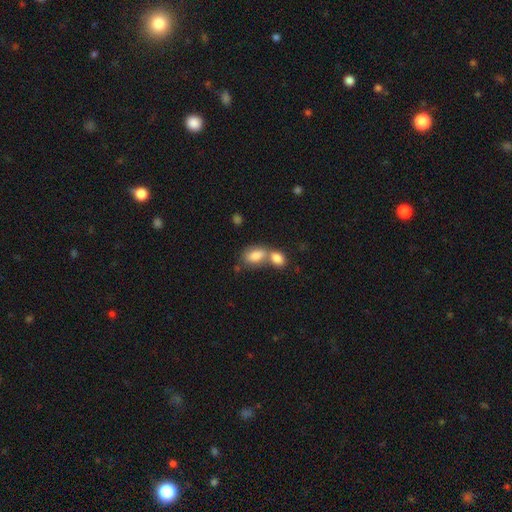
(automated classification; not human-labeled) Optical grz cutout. It shows a smooth galaxy with no disk features (81%) that is in between round and cigar-shaped (87%). Merging: merger (61%).